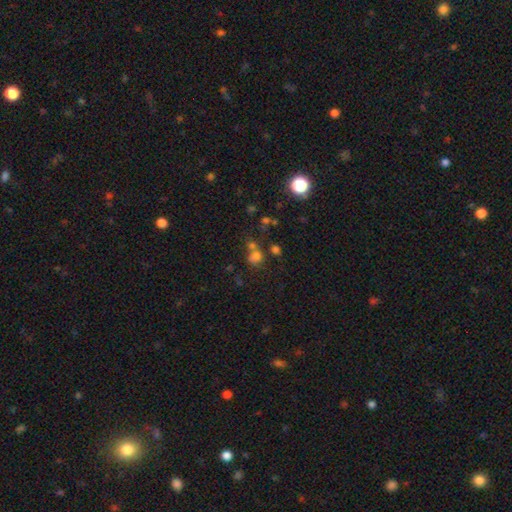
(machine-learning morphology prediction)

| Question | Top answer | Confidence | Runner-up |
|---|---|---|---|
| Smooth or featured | smooth | 61% | star or artifact (27%) |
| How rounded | round | 72% | in between (27%) |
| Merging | none | 46% | merger (38%) |